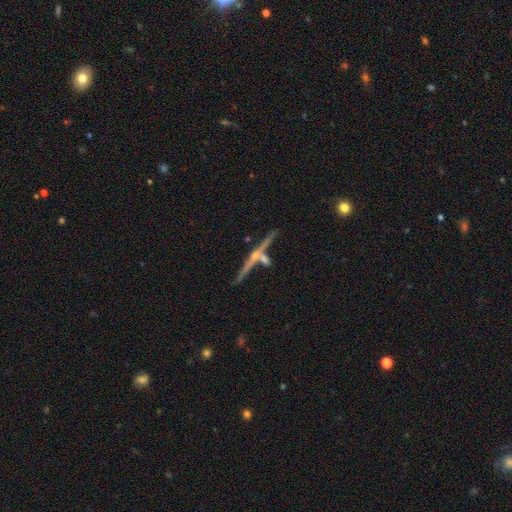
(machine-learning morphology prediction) Smooth or featured? featured or disk (78%)
Edge-on disk? yes (97%)
Edge-on bulge? rounded (74%)
Merging? none (74%)